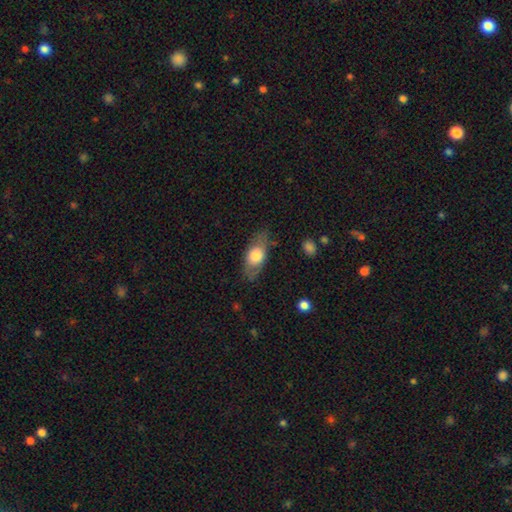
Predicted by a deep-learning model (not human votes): This appears to be a smooth galaxy with no disk features (63%) that is in between round and cigar-shaped (81%). Merging: none (71%).